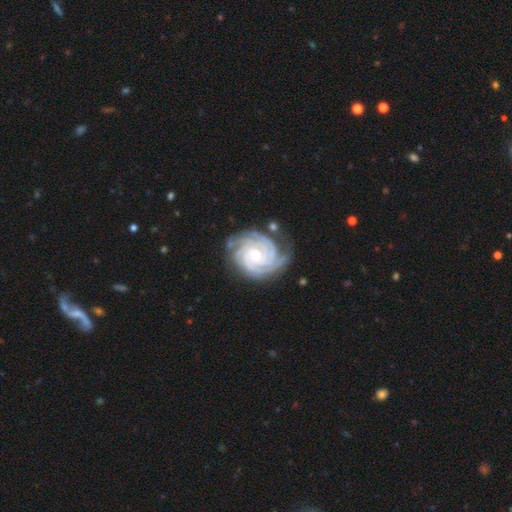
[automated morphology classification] Q: Smooth or featured?
A: featured or disk (92%); runner-up: star or artifact (4%)
Q: Edge-on disk?
A: no (98%); runner-up: yes (2%)
Q: Bar?
A: no (64%); runner-up: weak (26%)
Q: Spiral arms?
A: yes (99%); runner-up: no (1%)
Q: Spiral winding?
A: tight (85%); runner-up: medium (13%)
Q: Spiral arm count?
A: 4 (37%); runner-up: 3 (21%)
Q: Bulge size?
A: small (61%); runner-up: moderate (37%)
Q: Merging?
A: none (75%); runner-up: minor disturbance (17%)